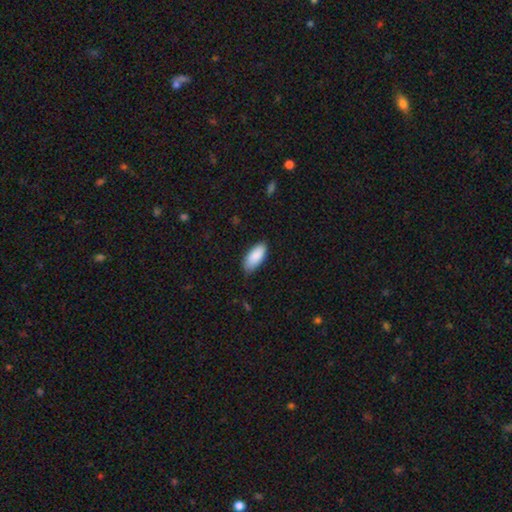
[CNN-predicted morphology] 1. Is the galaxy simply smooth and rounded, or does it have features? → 89% smooth, 6% star or artifact, 5% featured or disk.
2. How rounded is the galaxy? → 90% in between, 9% cigar-shaped, 2% round.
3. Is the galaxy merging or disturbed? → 73% none, 22% minor disturbance, 3% major disturbance, 1% merger.